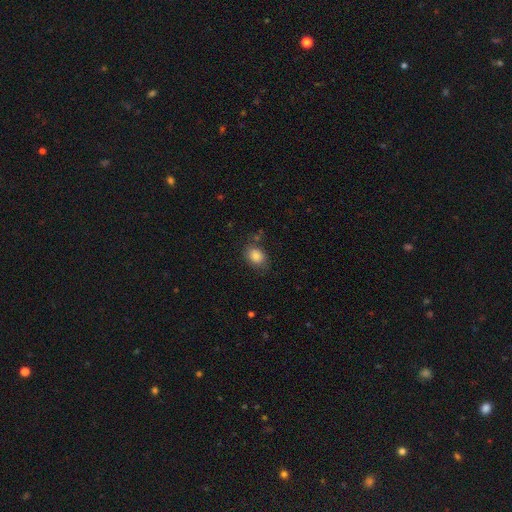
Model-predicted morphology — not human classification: A smooth galaxy with no disk features (84%) that is in between round and cigar-shaped (64%).

Vote fractions:
- Smooth or featured? smooth: 84% / star or artifact: 9% / featured or disk: 7%
- How rounded? in between: 64% / round: 35% / cigar-shaped: 1%
- Merging? none: 74% / minor disturbance: 17% / major disturbance: 5% / merger: 3%